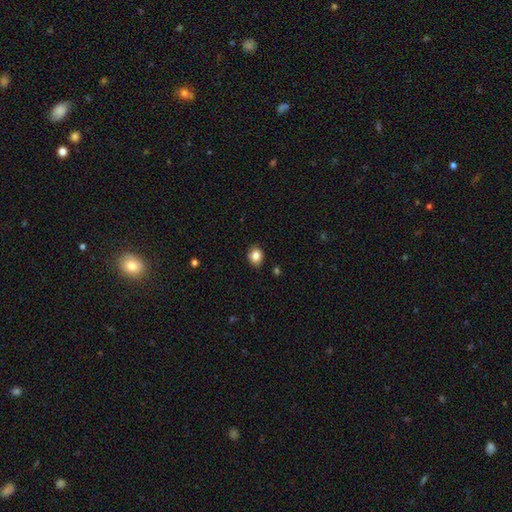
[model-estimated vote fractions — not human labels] This is clearly a smooth galaxy (84%). How rounded: possibly round (52%). Merging: clearly none (84%).